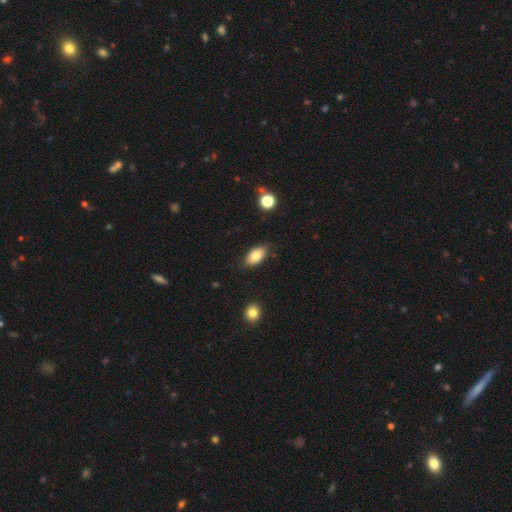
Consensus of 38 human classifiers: Smooth or featured? 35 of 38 (92%) said smooth. How rounded? 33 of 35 (94%) said in between. Merging? 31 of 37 (84%) said none.